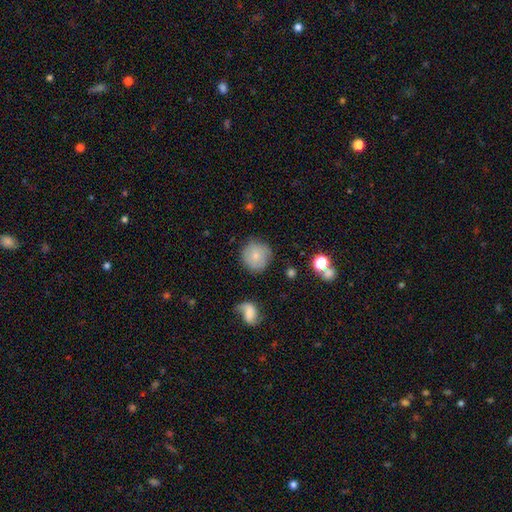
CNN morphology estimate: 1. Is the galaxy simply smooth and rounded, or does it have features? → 73% smooth, 18% featured or disk, 9% star or artifact.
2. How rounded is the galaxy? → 92% round, 7% in between, 1% cigar-shaped.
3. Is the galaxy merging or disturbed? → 77% none, 15% minor disturbance, 5% major disturbance, 3% merger.